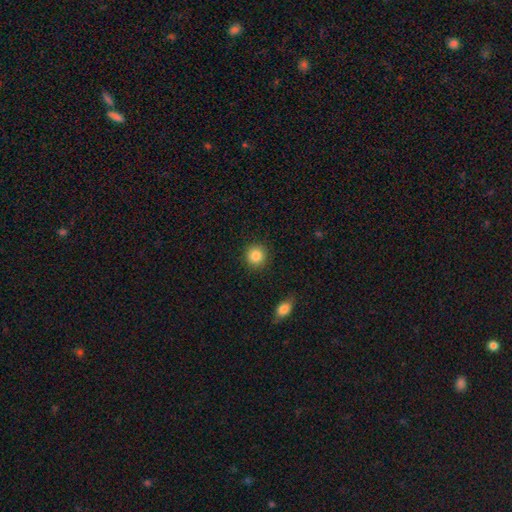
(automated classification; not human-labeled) smooth 87%, star or artifact 9%, featured or disk 4%. Down the decision tree: how rounded — round (92%); merging — none (90%).